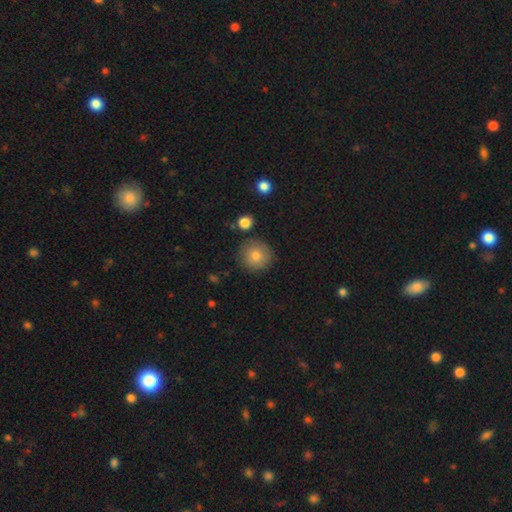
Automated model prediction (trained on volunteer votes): smooth 79%, featured or disk 12%, star or artifact 9%. Down the decision tree: how rounded — round (94%); merging — none (85%).